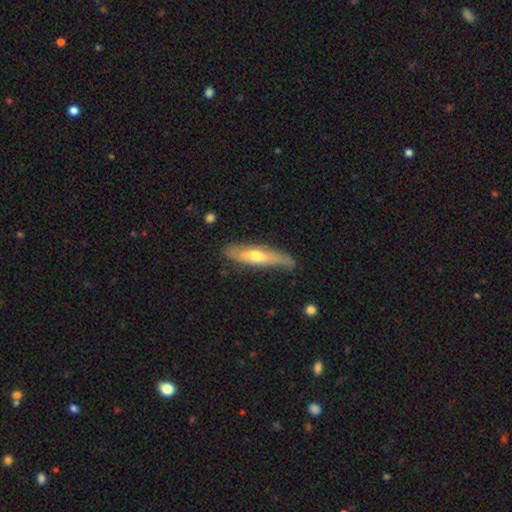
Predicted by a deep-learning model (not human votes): Morphology: type=smooth (48%); merging=none (70%).